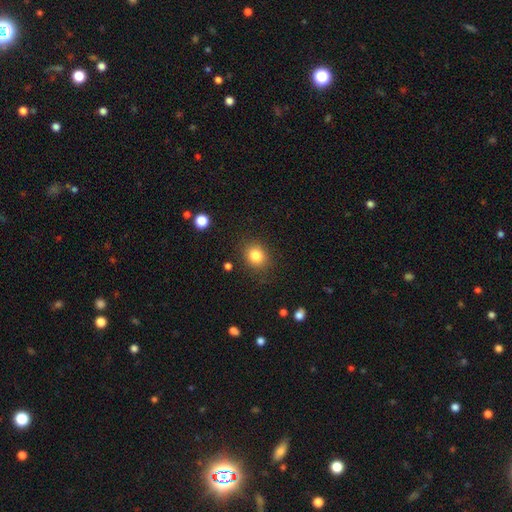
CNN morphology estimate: A smooth galaxy with no disk features (83%) that is round (70%).

Vote fractions:
- Smooth or featured? smooth: 83% / star or artifact: 10% / featured or disk: 6%
- How rounded? round: 70% / in between: 29% / cigar-shaped: 1%
- Merging? none: 84% / minor disturbance: 10% / major disturbance: 4% / merger: 2%